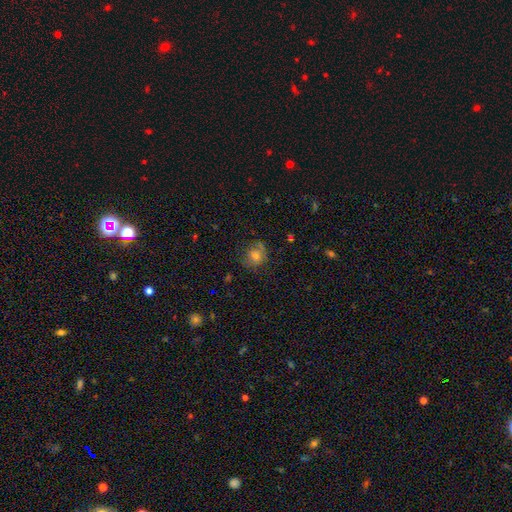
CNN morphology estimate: A smooth galaxy with no disk features (64%) that is round (80%).

Vote fractions:
- Smooth or featured? smooth: 64% / featured or disk: 20% / star or artifact: 15%
- How rounded? round: 80% / in between: 19% / cigar-shaped: 1%
- Merging? none: 71% / minor disturbance: 20% / major disturbance: 7% / merger: 2%